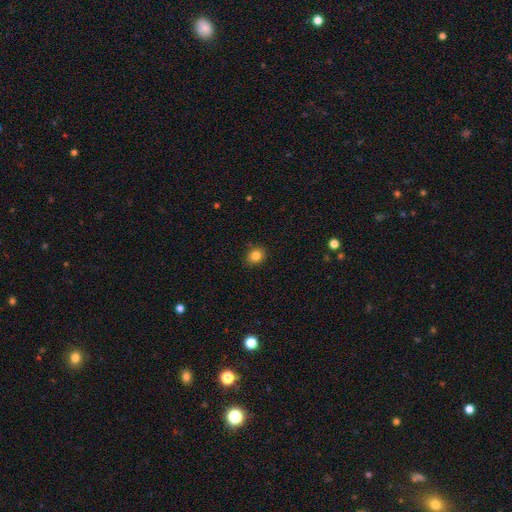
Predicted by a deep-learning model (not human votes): smooth-or-featured: smooth: 84% | star or artifact: 11% | featured or disk: 6%
  how-rounded: round: 63% | in between: 36% | cigar-shaped: 1%
  merging: none: 89% | minor disturbance: 8% | major disturbance: 2% | merger: 1%